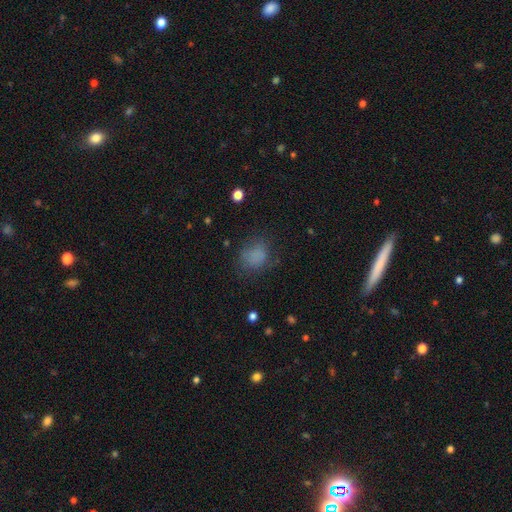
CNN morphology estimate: Overall: smooth (76%). How rounded: round (56%; in between 43%). Merging: none (63%).